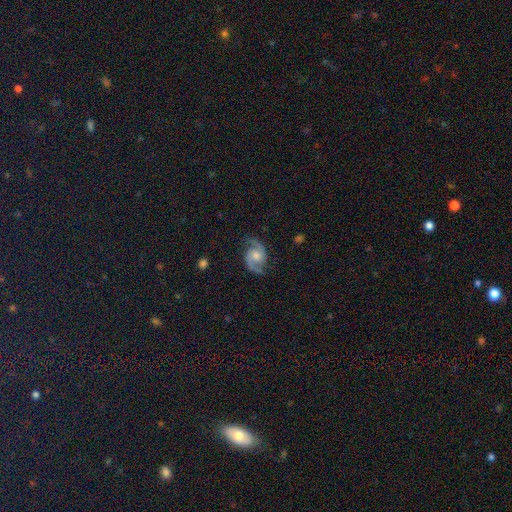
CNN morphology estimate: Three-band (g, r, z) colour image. It shows a featured or disk galaxy (90%) with no bar (61%), 2 (94%) medium (59%) spiral arms (98%) and a moderate central bulge (57%). Merging: none (81%).